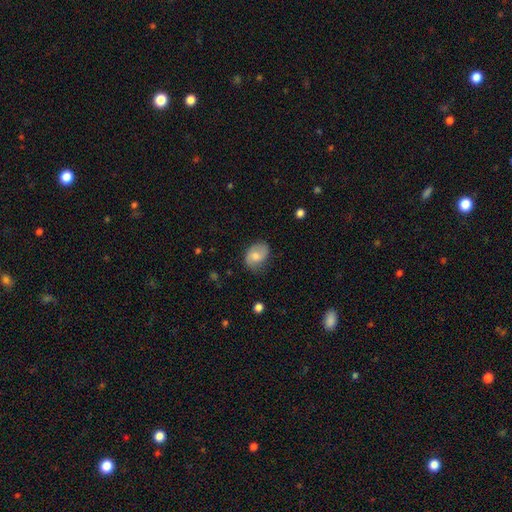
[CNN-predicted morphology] smooth 65%, featured or disk 28%, star or artifact 8%. Down the decision tree: how rounded — in between (73%); merging — none (62%).